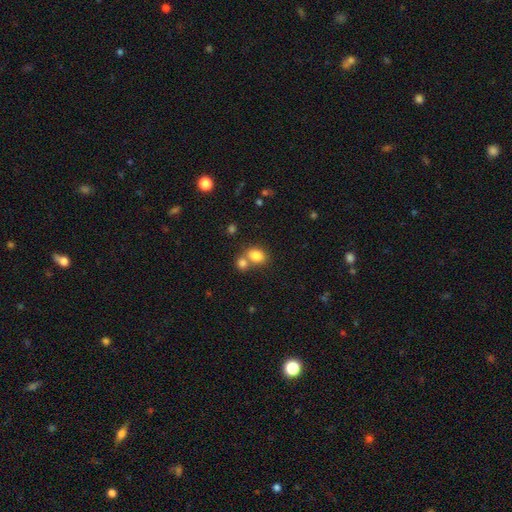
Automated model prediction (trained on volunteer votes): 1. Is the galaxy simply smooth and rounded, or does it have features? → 83% smooth, 10% star or artifact, 7% featured or disk.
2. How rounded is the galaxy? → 64% in between, 35% round, 1% cigar-shaped.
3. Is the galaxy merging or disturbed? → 45% none, 42% merger, 10% minor disturbance, 4% major disturbance.